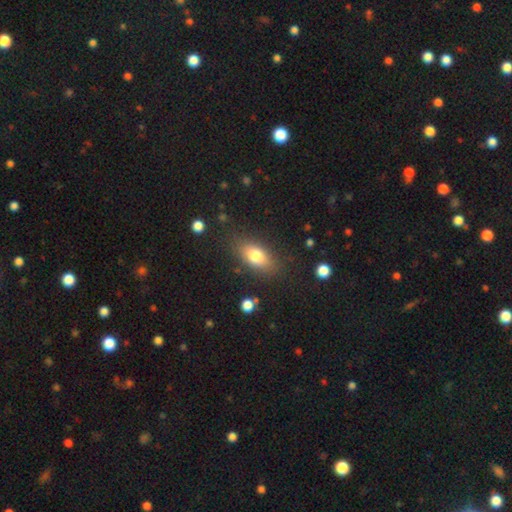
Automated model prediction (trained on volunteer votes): The model was most divided on "smooth or featured": smooth: 77%, featured or disk: 14%, star or artifact: 9%. More confident: how rounded — in between (84%); merging — none (81%).